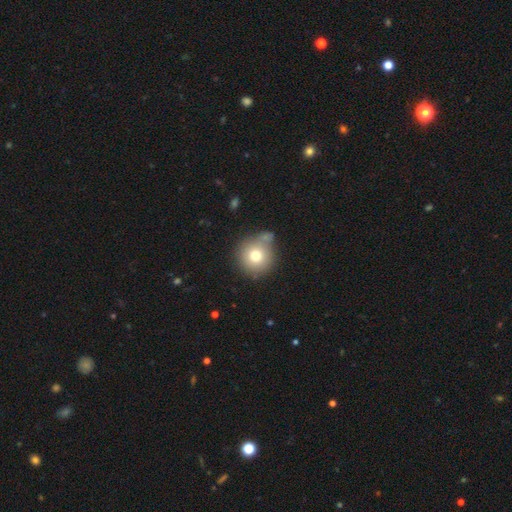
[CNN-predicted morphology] Smooth or featured? Predicted: smooth (p=0.75). How rounded? Predicted: round (p=0.92). Merging? Predicted: none (p=0.62).